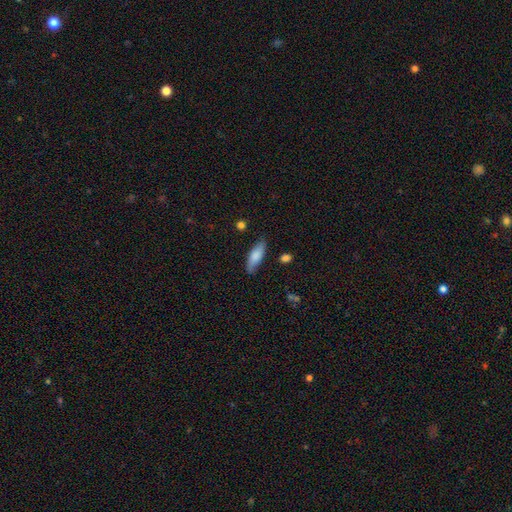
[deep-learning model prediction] The model was most divided on "how rounded": in between: 56%, cigar-shaped: 42%, round: 2%. More confident: merging — none (81%); smooth or featured — smooth (75%).